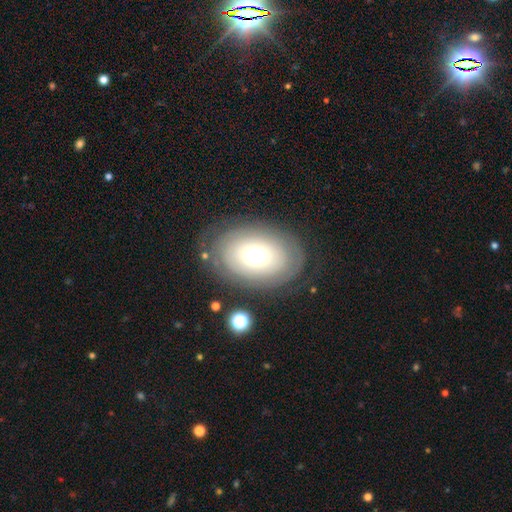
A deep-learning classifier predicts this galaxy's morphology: type=smooth (55%); roundness=in between (78%); merging=none (75%).